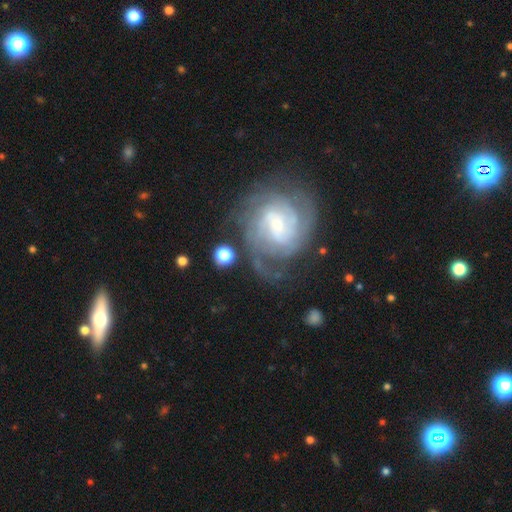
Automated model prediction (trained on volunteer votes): smooth-or-featured: featured or disk: 81% | smooth: 10% | star or artifact: 9%
  disk-edge-on: no: 97% | yes: 3%
    bar: weak: 50% | no: 27% | strong: 22%
    has-spiral-arms: yes: 95% | no: 5%
      spiral-winding: tight: 62% | medium: 30% | loose: 8%
      spiral-arm-count: 2: 40% | can't tell: 29% | 3: 15% | 4: 6% | 1: 6% | more than 4: 5%
    bulge-size: small: 43% | moderate: 40% | large: 10% | none: 5% | dominant: 2%
  merging: none: 68% | minor disturbance: 17% | major disturbance: 12% | merger: 3%